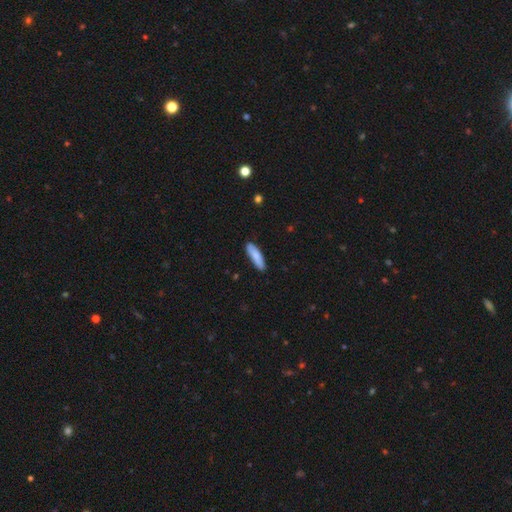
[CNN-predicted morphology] smooth_or_featured: smooth (p=0.82) [alt: featured or disk p=0.13]
how_rounded: cigar-shaped (p=0.65) [alt: in between p=0.34]
merging: none (p=0.83) [alt: minor disturbance p=0.13]